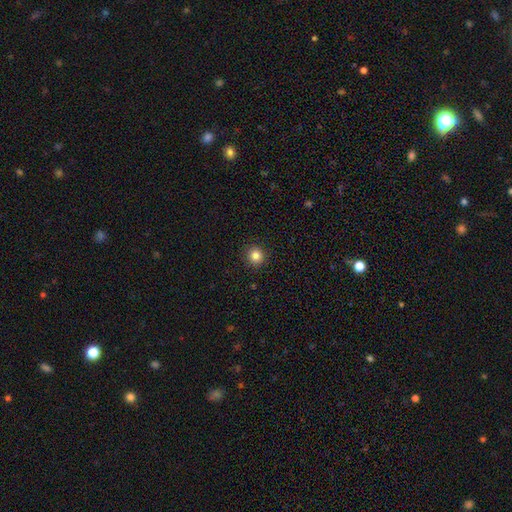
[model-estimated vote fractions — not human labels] Smooth or featured?
  - smooth: 85% *
  - star or artifact: 11%
  - featured or disk: 4%
How rounded?
  - round: 93% *
  - in between: 6%
  - cigar-shaped: 1%
Merging?
  - none: 92% *
  - minor disturbance: 5%
  - major disturbance: 2%
  - merger: 1%